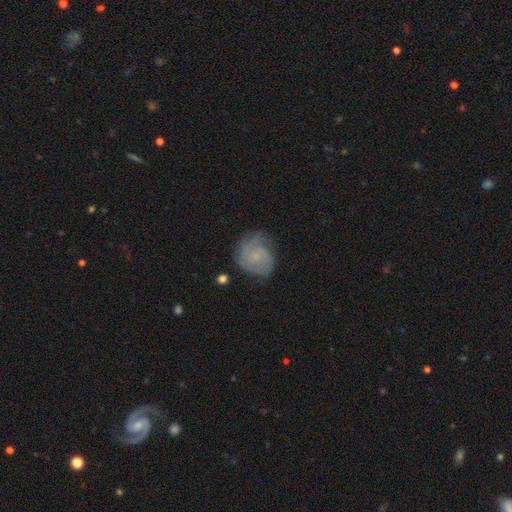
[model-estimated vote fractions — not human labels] Q: Smooth or featured?
A: featured or disk (62%); runner-up: smooth (31%)
Q: Edge-on disk?
A: no (98%); runner-up: yes (2%)
Q: Bar?
A: no (69%); runner-up: weak (28%)
Q: Spiral arms?
A: yes (90%); runner-up: no (10%)
Q: Spiral winding?
A: tight (48%); runner-up: medium (37%)
Q: Spiral arm count?
A: 2 (41%); runner-up: can't tell (26%)
Q: Bulge size?
A: small (62%); runner-up: none (24%)
Q: Merging?
A: none (62%); runner-up: minor disturbance (24%)